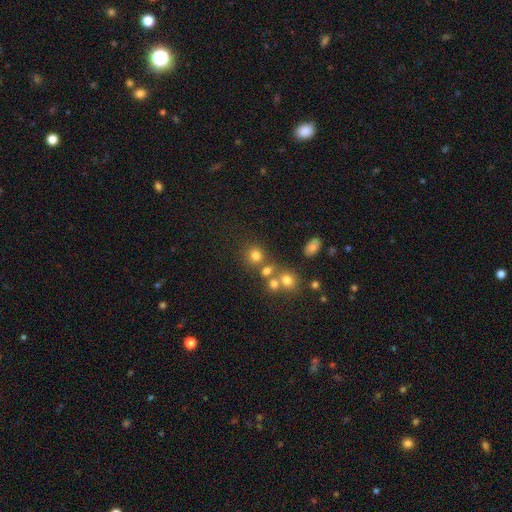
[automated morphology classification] Smooth or featured? smooth (75%)
How rounded? round (82%)
Merging? none (64%)